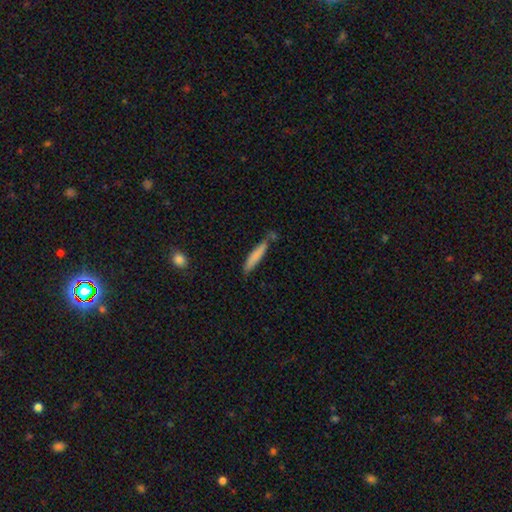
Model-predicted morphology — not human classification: The model was most divided on "merging": none: 69%, minor disturbance: 18%, merger: 9%, major disturbance: 4%. More confident: how rounded — cigar-shaped (91%); smooth or featured — smooth (79%).